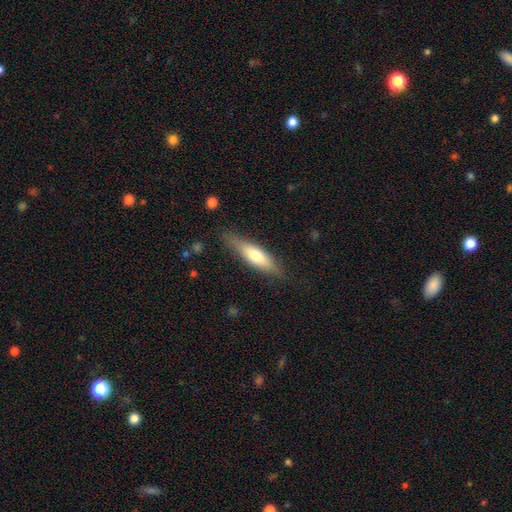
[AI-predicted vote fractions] Smooth or featured: smooth — 61% (featured or disk — 33%)
How rounded: cigar-shaped — 64% (in between — 34%)
Merging: none — 78% (minor disturbance — 16%)